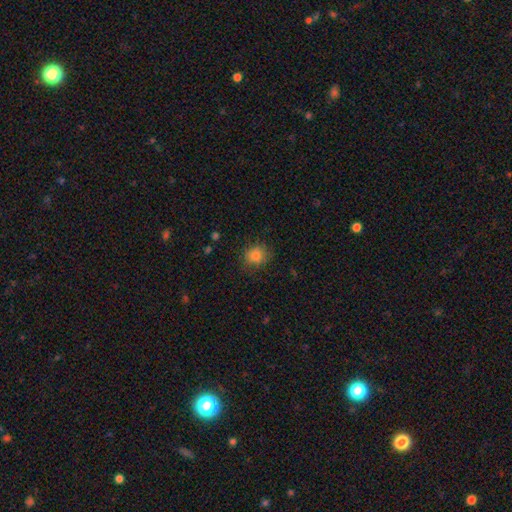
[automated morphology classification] The model was most divided on "how rounded": round: 72%, in between: 27%, cigar-shaped: 1%. More confident: smooth or featured — smooth (83%); merging — none (79%).